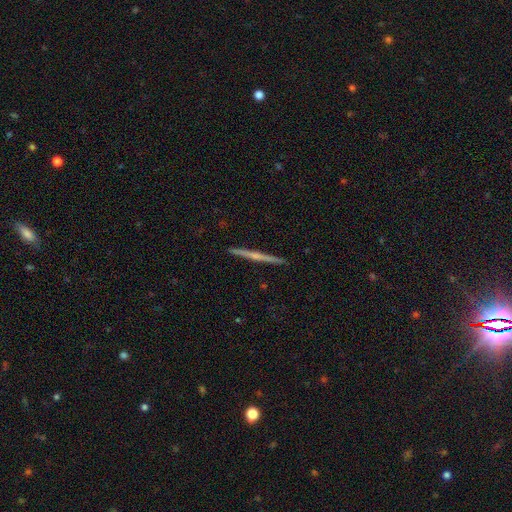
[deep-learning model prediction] The model was most divided on "edge-on bulge": rounded: 56%, none: 36%, boxy: 8%. More confident: edge-on disk — yes (98%); merging — none (93%); smooth or featured — featured or disk (72%).